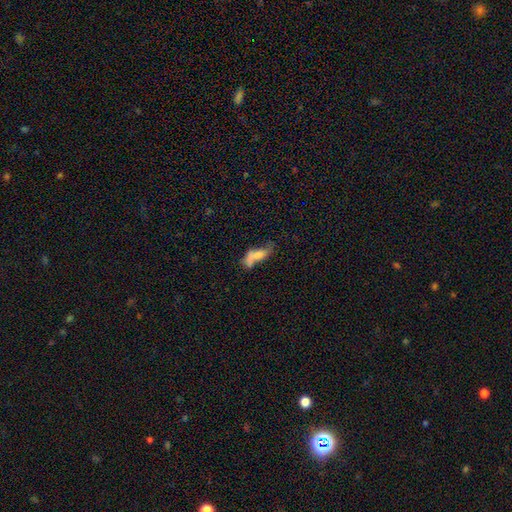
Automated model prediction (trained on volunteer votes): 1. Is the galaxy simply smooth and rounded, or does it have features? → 51% smooth, 38% featured or disk, 11% star or artifact.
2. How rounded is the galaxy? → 68% in between, 27% cigar-shaped, 5% round.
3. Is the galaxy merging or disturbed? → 30% merger, 26% none, 24% major disturbance, 19% minor disturbance.